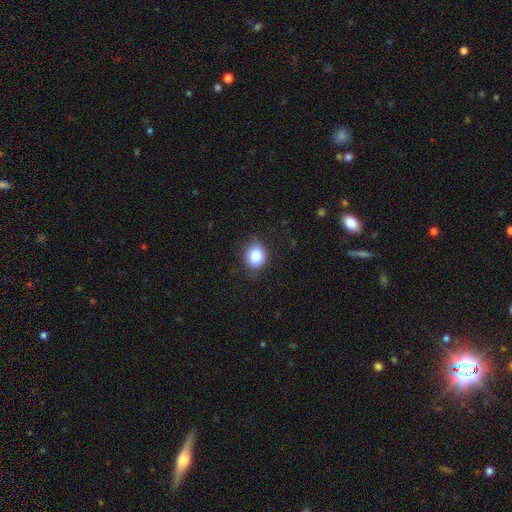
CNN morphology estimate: Smooth or featured? Predicted: smooth (p=0.85). How rounded? Predicted: round (p=0.61). Merging? Predicted: none (p=0.79).